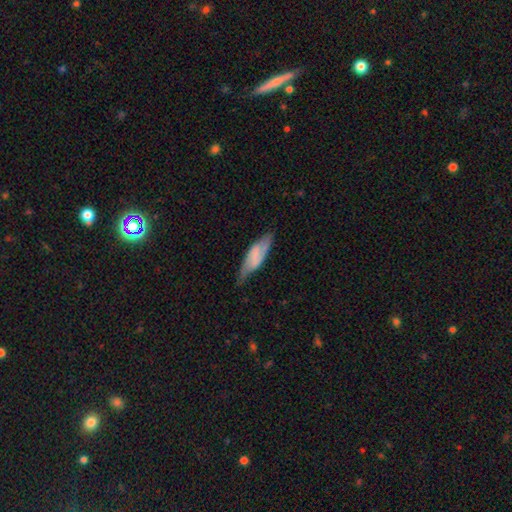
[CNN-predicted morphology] The model was most divided on "smooth or featured": smooth: 48%, featured or disk: 45%, star or artifact: 7%. More confident: merging — none (63%).